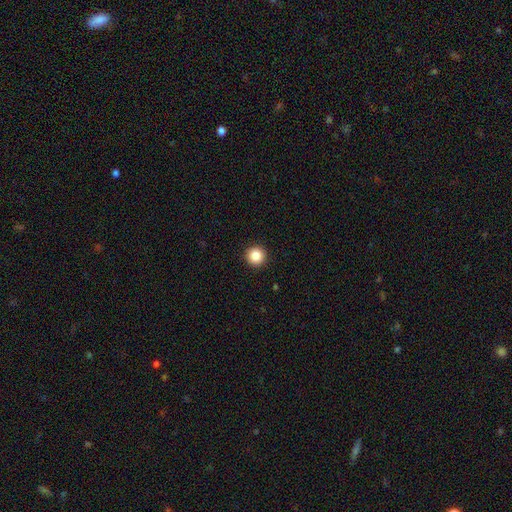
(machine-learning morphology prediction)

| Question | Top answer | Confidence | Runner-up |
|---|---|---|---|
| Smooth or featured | smooth | 86% | star or artifact (10%) |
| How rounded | round | 96% | in between (3%) |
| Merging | none | 93% | minor disturbance (4%) |